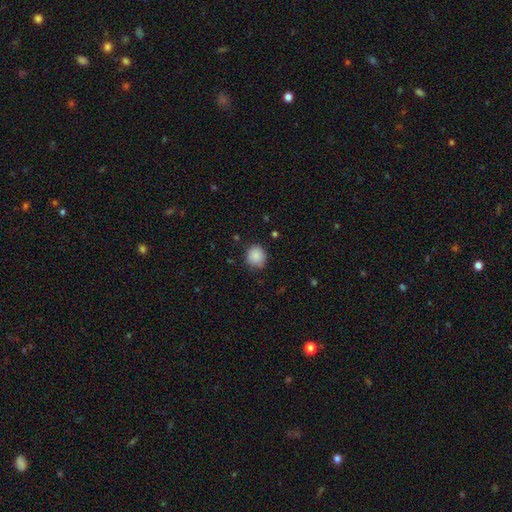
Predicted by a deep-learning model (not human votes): Morphology: type=smooth (88%); roundness=round (85%); merging=none (82%).